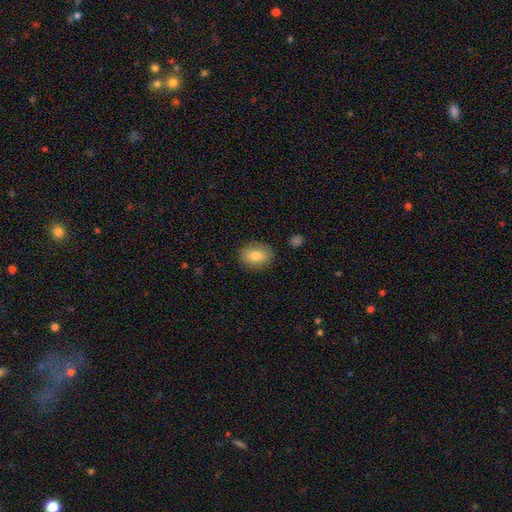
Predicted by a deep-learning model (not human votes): smooth-or-featured: smooth: 81% | featured or disk: 11% | star or artifact: 8%
  how-rounded: in between: 58% | round: 40% | cigar-shaped: 1%
  merging: none: 86% | minor disturbance: 10% | major disturbance: 2% | merger: 1%